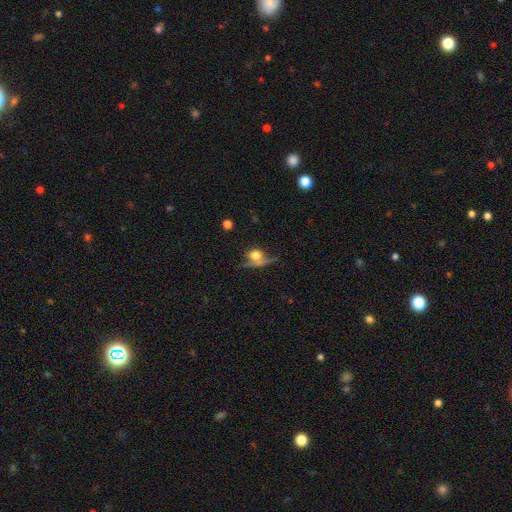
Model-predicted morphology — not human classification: smooth 64%, featured or disk 22%, star or artifact 15%. Down the decision tree: how rounded — round (60%); merging — none (43%).